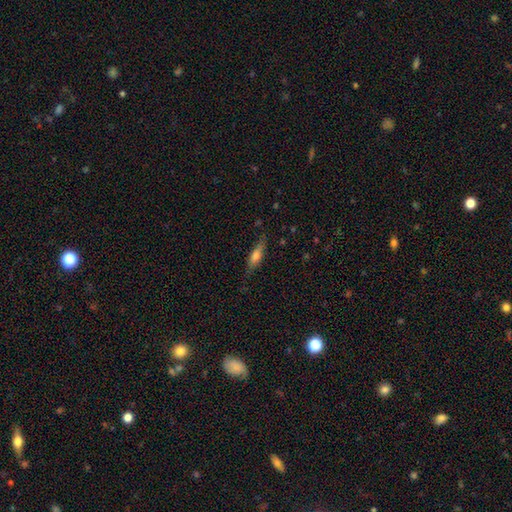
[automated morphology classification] Smooth or featured?
  - smooth: 65% *
  - featured or disk: 28%
  - star or artifact: 7%
How rounded?
  - cigar-shaped: 53% *
  - in between: 44%
  - round: 2%
Merging?
  - none: 76% *
  - minor disturbance: 18%
  - major disturbance: 4%
  - merger: 2%